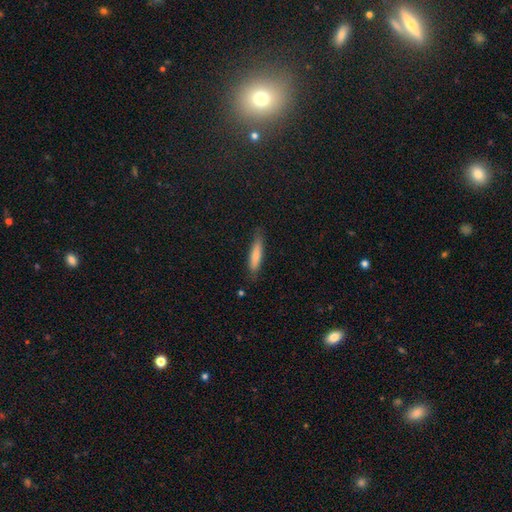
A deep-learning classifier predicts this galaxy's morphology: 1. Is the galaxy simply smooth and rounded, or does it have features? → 79% smooth, 15% featured or disk, 6% star or artifact.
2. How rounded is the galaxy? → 81% cigar-shaped, 18% in between, 1% round.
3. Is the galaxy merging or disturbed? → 81% none, 15% minor disturbance, 3% major disturbance, 1% merger.